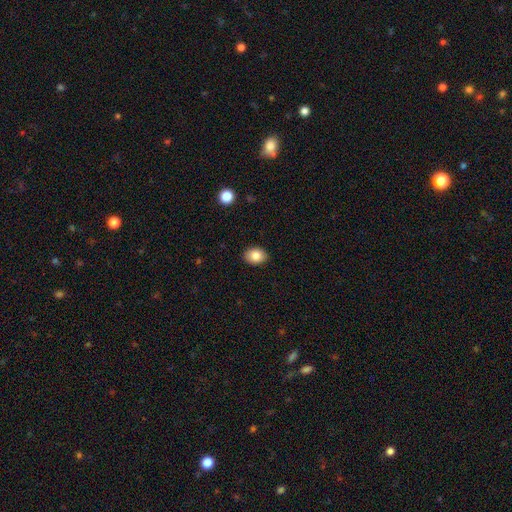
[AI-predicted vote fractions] smooth-or-featured: smooth: 85% | star or artifact: 8% | featured or disk: 7%
  how-rounded: in between: 74% | round: 25% | cigar-shaped: 1%
  merging: none: 90% | minor disturbance: 8% | major disturbance: 2% | merger: 1%